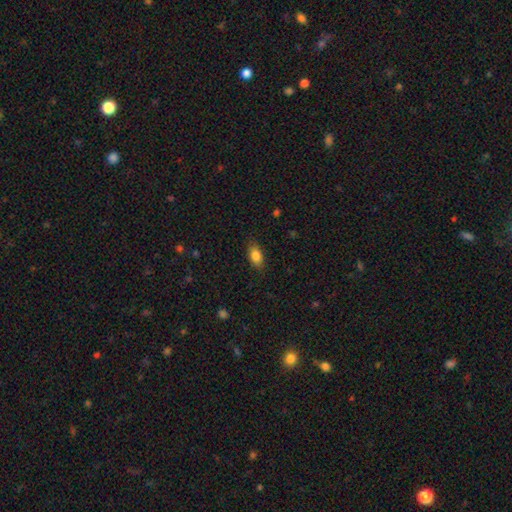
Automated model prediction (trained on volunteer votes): A smooth galaxy with no disk features (83%) that is in between round and cigar-shaped (86%). Merging: none (83%).